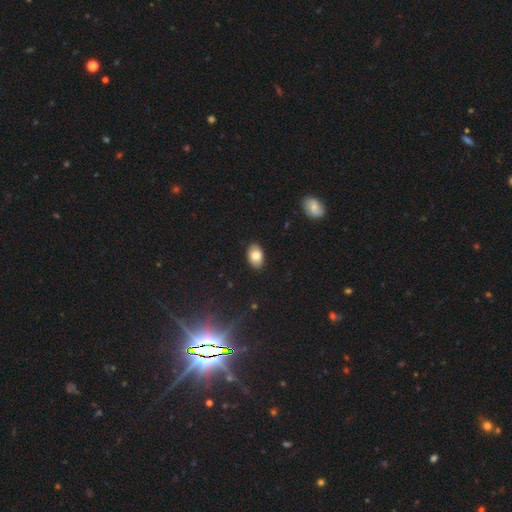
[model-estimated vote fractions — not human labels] Smooth or featured? Predicted: smooth (p=0.81). How rounded? Predicted: in between (p=0.90). Merging? Predicted: none (p=0.88).